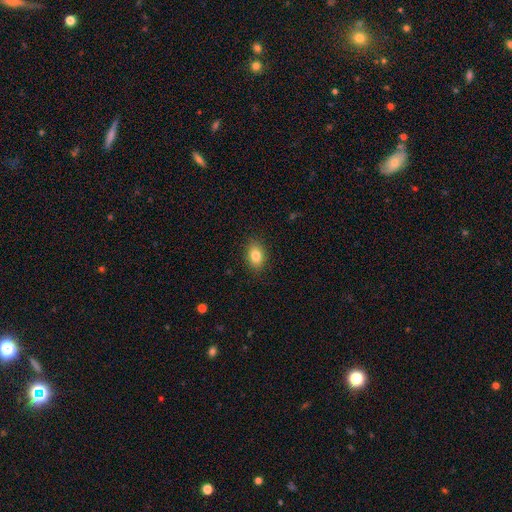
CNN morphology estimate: Overall: smooth (82%). How rounded: in between (78%). Merging: none (88%).